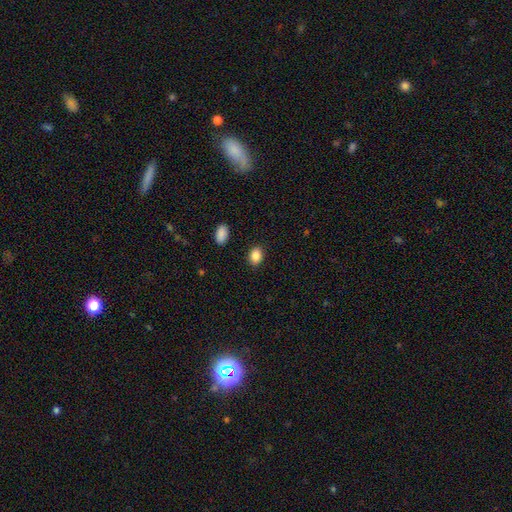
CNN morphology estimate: Smooth or featured? smooth (87%)
How rounded? in between (70%)
Merging? none (88%)